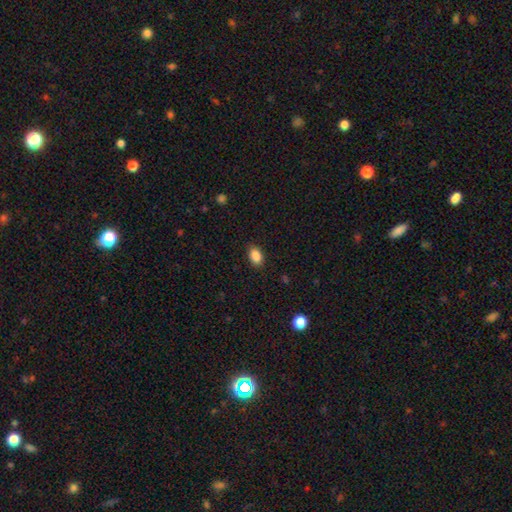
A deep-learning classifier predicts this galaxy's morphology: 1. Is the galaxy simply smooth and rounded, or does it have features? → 88% smooth, 9% star or artifact, 4% featured or disk.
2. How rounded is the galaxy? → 85% in between, 13% round, 2% cigar-shaped.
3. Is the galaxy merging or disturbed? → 88% none, 9% minor disturbance, 2% major disturbance, 1% merger.